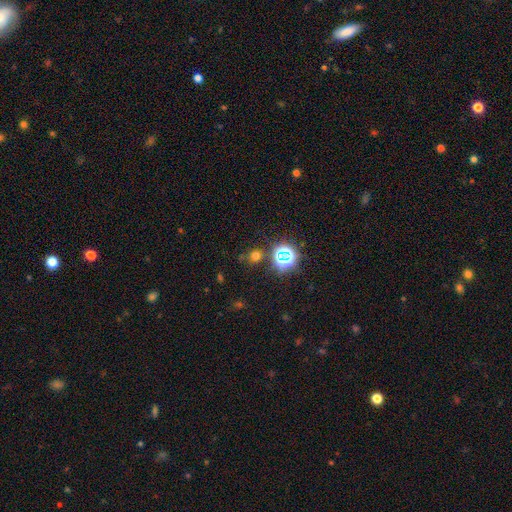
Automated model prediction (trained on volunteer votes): This is possibly a smooth galaxy (55%). How rounded: clearly round (85%). Merging: likely none (77%).